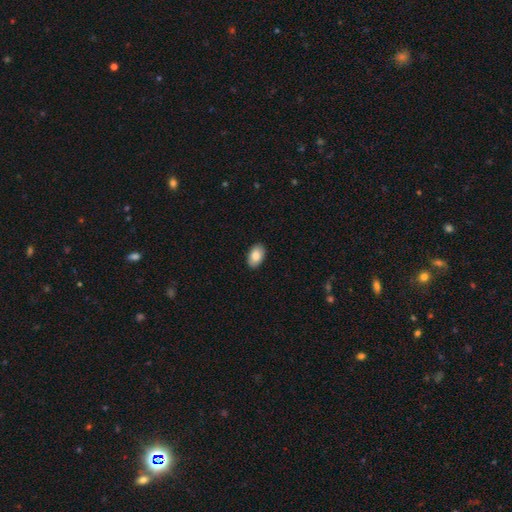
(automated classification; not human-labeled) The model was most divided on "smooth or featured": smooth: 84%, featured or disk: 10%, star or artifact: 7%. More confident: how rounded — in between (92%); merging — none (90%).